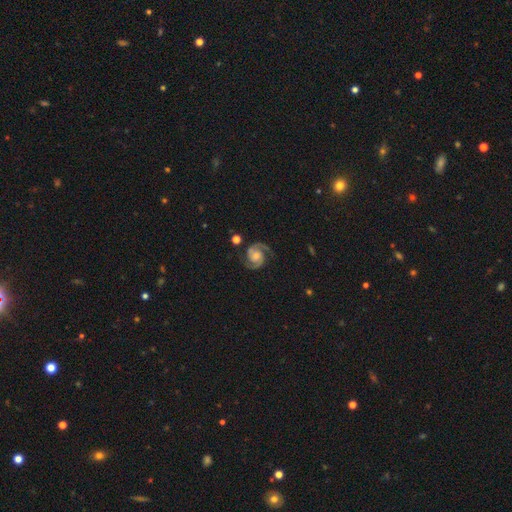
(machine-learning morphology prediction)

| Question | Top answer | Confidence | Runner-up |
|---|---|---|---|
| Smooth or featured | featured or disk | 90% | star or artifact (5%) |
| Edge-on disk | no | 98% | yes (2%) |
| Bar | no | 60% | weak (32%) |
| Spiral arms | yes | 98% | no (2%) |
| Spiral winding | medium | 57% | tight (32%) |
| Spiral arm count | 2 | 94% | can't tell (2%) |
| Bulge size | moderate | 47% | small (33%) |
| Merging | none | 81% | minor disturbance (13%) |